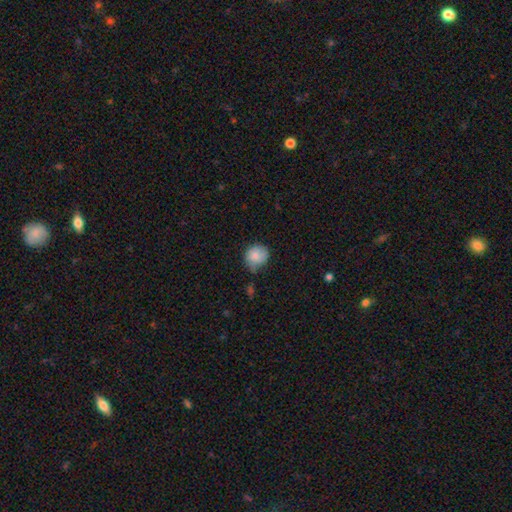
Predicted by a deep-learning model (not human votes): A smooth galaxy with no disk features (81%) that is round (79%). Merging: none (52%).